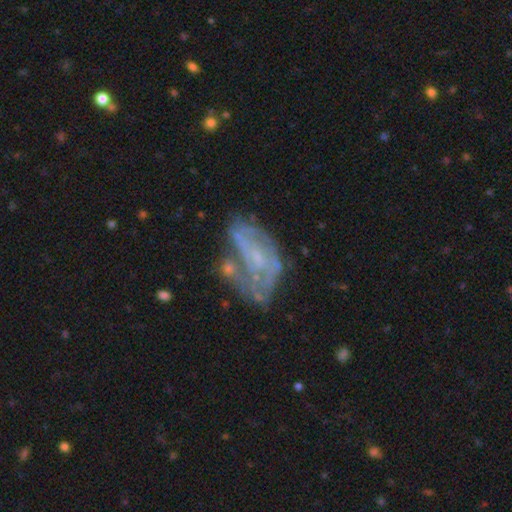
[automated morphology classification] type=featured or disk (71%); edge-on=no (96%); bar=no (56%); spiral arms=yes (61%); bulge=small (59%); merging=none (40%).